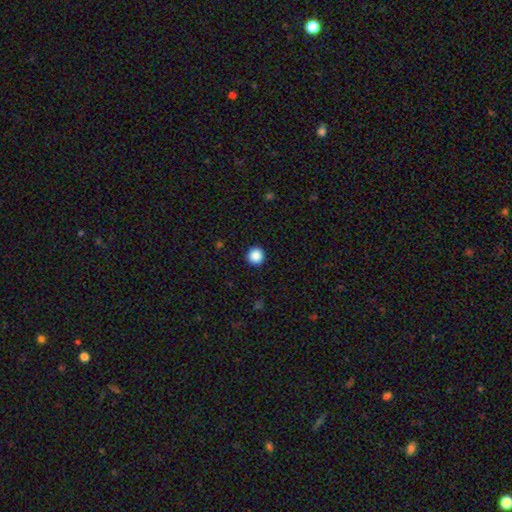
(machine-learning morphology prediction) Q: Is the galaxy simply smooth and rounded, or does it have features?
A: smooth — 88%.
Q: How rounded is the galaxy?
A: round — 94%.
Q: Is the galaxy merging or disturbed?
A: none — 93%.